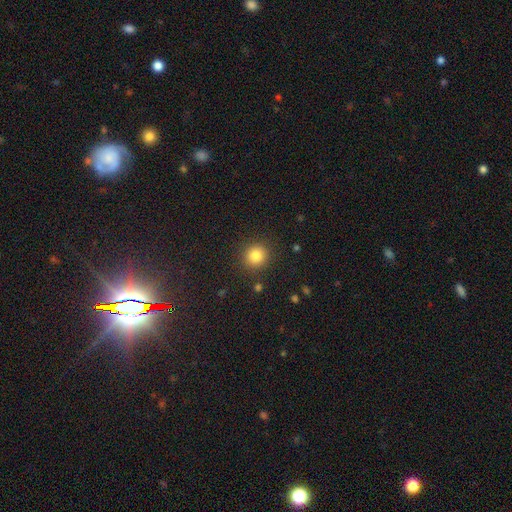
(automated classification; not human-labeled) smooth-or-featured: smooth: 83% | star or artifact: 11% | featured or disk: 5%
  how-rounded: round: 89% | in between: 10% | cigar-shaped: 1%
  merging: none: 89% | minor disturbance: 7% | major disturbance: 3% | merger: 2%